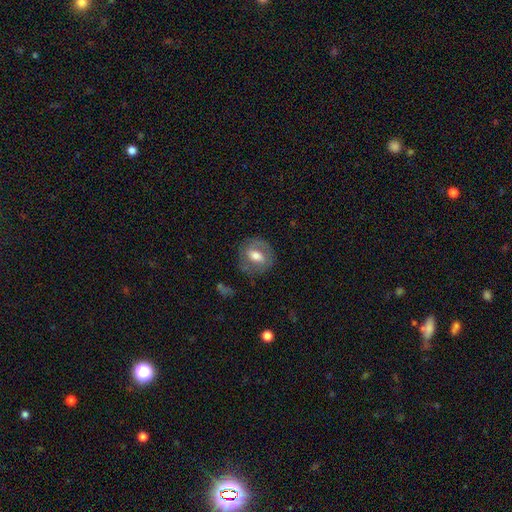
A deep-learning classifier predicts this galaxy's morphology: A smooth galaxy with no disk features (51%) that is round (59%).

Vote fractions:
- Smooth or featured? smooth: 51% / featured or disk: 42% / star or artifact: 7%
- How rounded? round: 59% / in between: 39% / cigar-shaped: 2%
- Merging? none: 76% / minor disturbance: 15% / major disturbance: 7% / merger: 2%